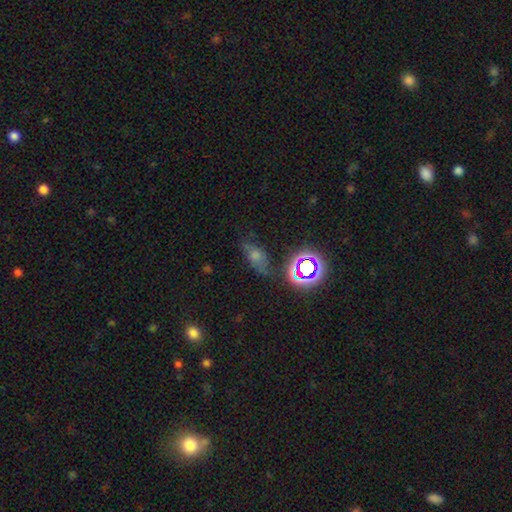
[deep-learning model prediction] This appears to be a smooth galaxy with no disk features (44%). Merging: none (65%).